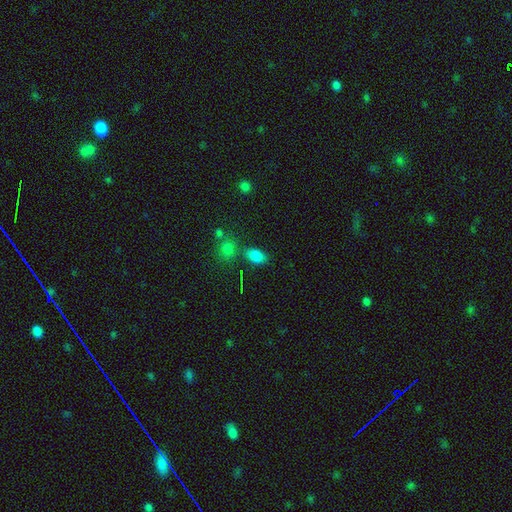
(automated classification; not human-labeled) A smooth galaxy with no disk features (80%) that is in between round and cigar-shaped (86%). Merging: none (71%).